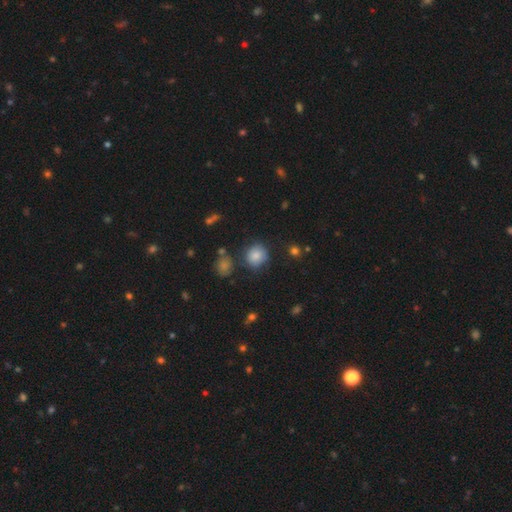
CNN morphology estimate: smooth 83%, star or artifact 10%, featured or disk 7%. Down the decision tree: how rounded — round (85%); merging — none (77%).